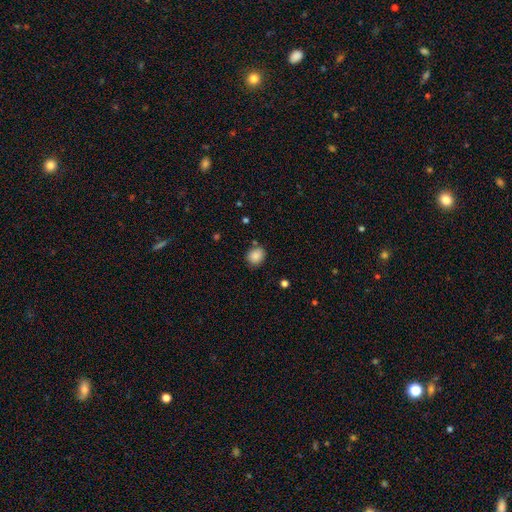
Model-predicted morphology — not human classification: The model was most divided on "how rounded": round: 64%, in between: 35%, cigar-shaped: 1%. More confident: smooth or featured — smooth (87%); merging — none (79%).